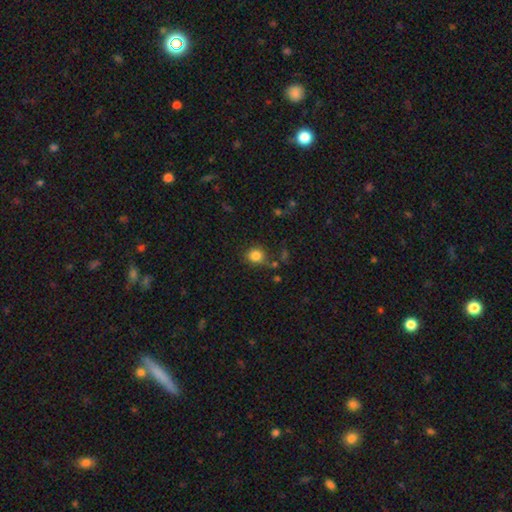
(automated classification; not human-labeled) Smooth or featured? Predicted: smooth (p=0.83). How rounded? Predicted: round (p=0.84). Merging? Predicted: none (p=0.75).